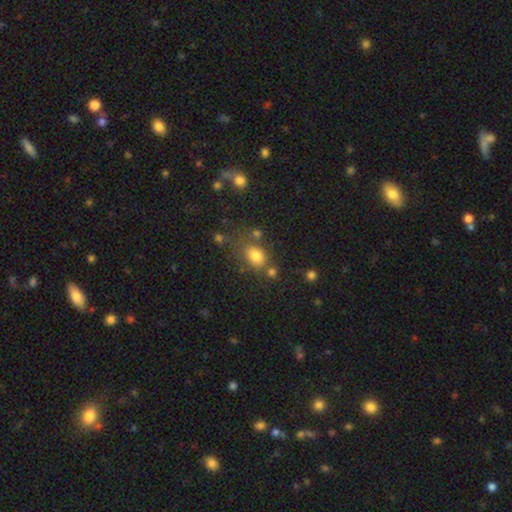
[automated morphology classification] smooth 78%, star or artifact 13%, featured or disk 9%. Down the decision tree: how rounded — in between (66%); merging — none (63%).